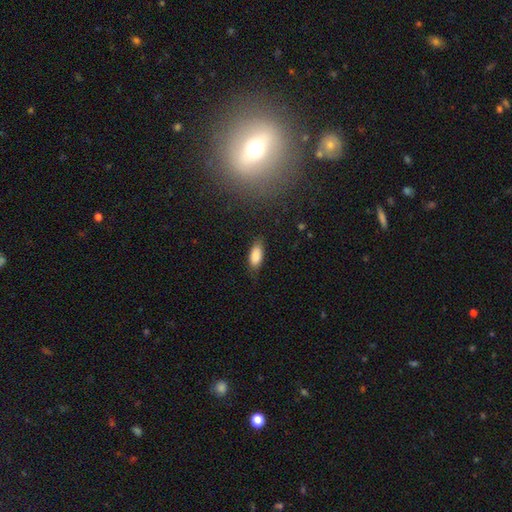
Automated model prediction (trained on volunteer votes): Smooth or featured? smooth (88%)
How rounded? in between (85%)
Merging? none (75%)